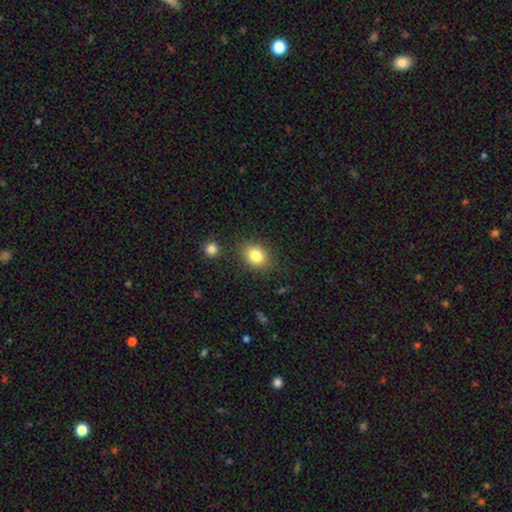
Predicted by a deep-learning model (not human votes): Overall: smooth (83%). How rounded: in between (57%; round 42%). Merging: none (83%).